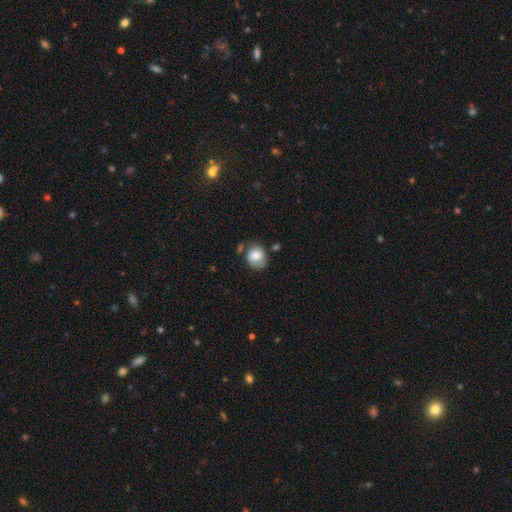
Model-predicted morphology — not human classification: This appears to be a smooth galaxy with no disk features (74%) that is round (67%). Merging: none (62%).